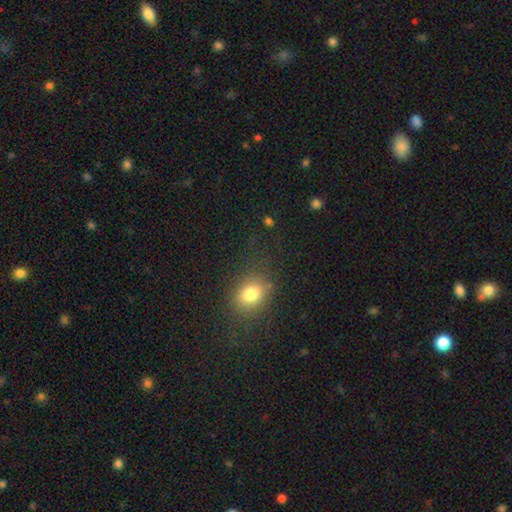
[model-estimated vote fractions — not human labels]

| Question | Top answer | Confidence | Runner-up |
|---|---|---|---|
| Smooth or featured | smooth | 71% | star or artifact (21%) |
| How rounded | round | 57% | in between (42%) |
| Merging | none | 84% | minor disturbance (11%) |